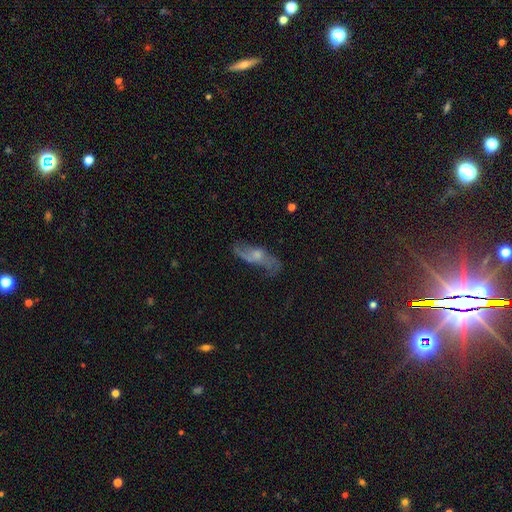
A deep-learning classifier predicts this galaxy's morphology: Smooth or featured?
  - featured or disk: 60% *
  - smooth: 30%
  - star or artifact: 10%
Edge-on disk?
  - no: 80% *
  - yes: 20%
Merging?
  - none: 50% *
  - minor disturbance: 25%
  - major disturbance: 21%
  - merger: 4%